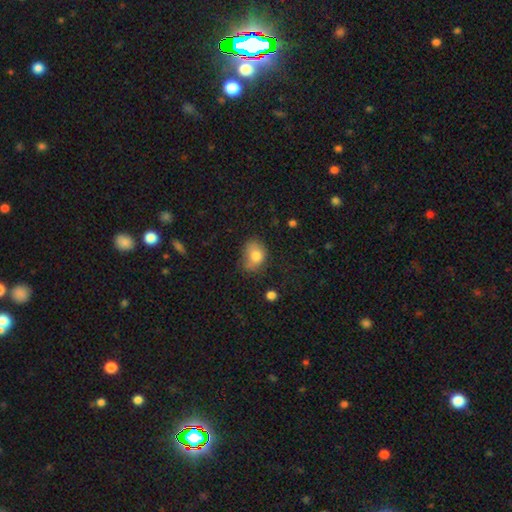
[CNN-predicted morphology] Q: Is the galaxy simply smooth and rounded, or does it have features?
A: smooth — 77%.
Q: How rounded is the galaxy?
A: in between — 65%.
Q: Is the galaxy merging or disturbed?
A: none — 46%.